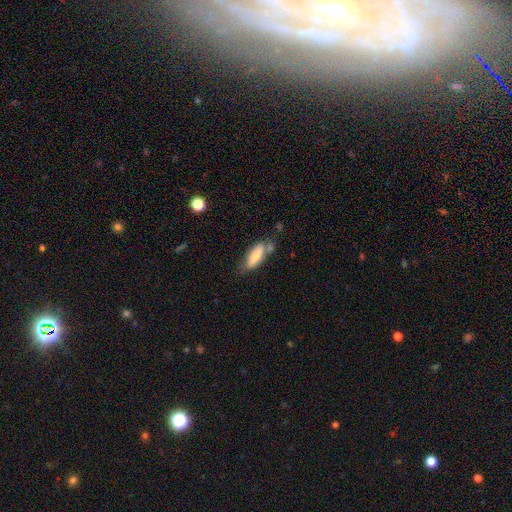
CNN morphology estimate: type=smooth (67%); roundness=in between (67%); merging=none (53%).